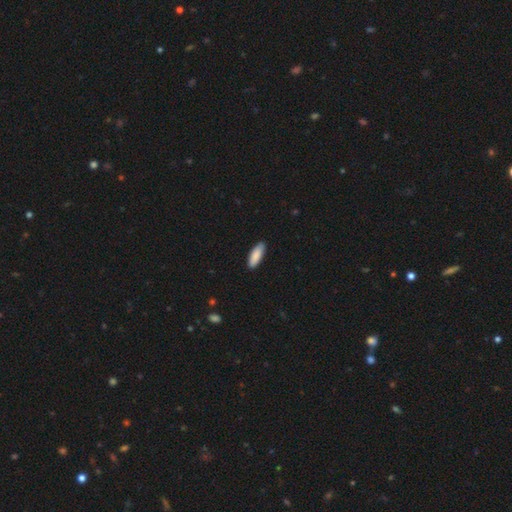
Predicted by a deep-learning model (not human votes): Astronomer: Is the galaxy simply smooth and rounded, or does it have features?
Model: smooth — 89%.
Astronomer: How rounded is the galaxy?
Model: in between — 66%.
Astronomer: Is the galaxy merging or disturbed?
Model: none — 88%.